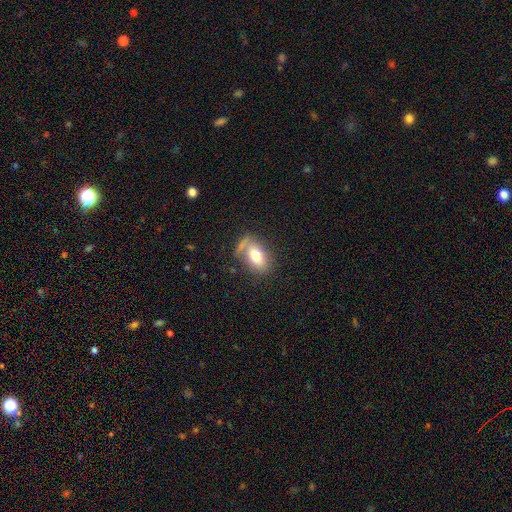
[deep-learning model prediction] This is likely a smooth galaxy (73%). How rounded: clearly in between (87%). Merging: possibly none (55%).